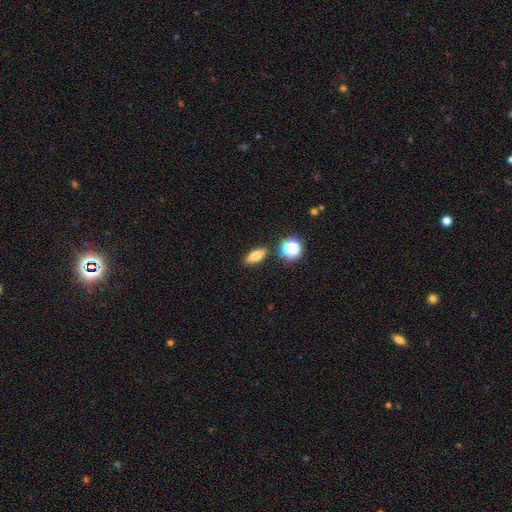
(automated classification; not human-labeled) A smooth galaxy with no disk features (76%) that is in between round and cigar-shaped (67%).

Vote fractions:
- Smooth or featured? smooth: 76% / featured or disk: 13% / star or artifact: 12%
- How rounded? in between: 67% / cigar-shaped: 23% / round: 10%
- Merging? none: 86% / minor disturbance: 9% / merger: 3% / major disturbance: 2%